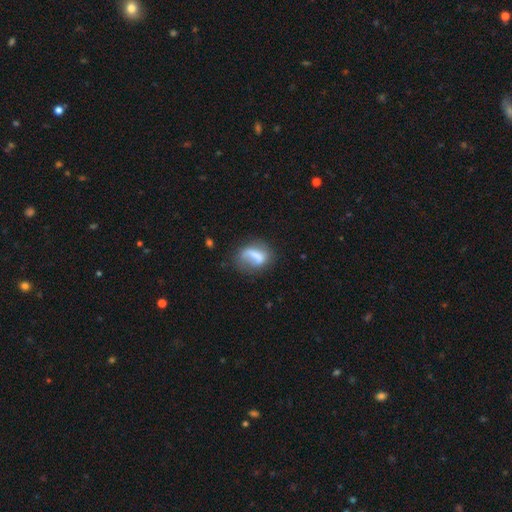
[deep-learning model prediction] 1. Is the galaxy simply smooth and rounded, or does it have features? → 54% smooth, 36% featured or disk, 9% star or artifact.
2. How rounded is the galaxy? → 61% in between, 32% round, 7% cigar-shaped.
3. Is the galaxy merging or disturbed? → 45% none, 25% minor disturbance, 24% major disturbance, 6% merger.